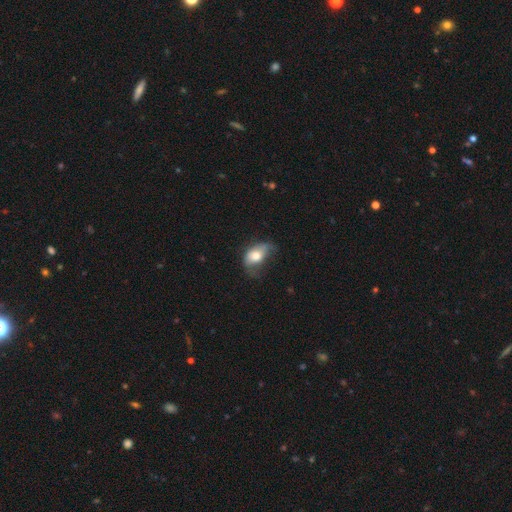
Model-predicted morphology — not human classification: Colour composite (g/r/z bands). It shows a smooth galaxy with no disk features (67%) that is in between round and cigar-shaped (85%). Merging: minor disturbance (36%).